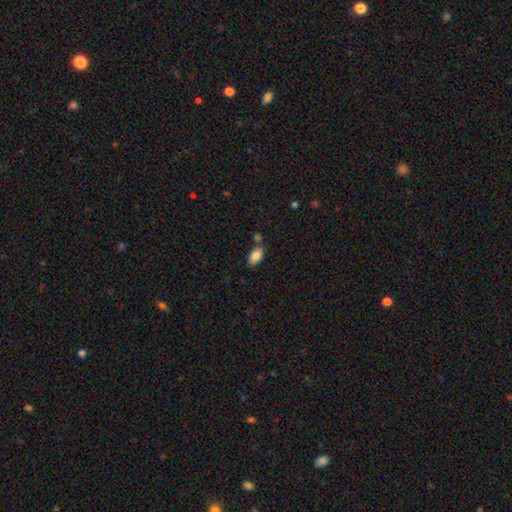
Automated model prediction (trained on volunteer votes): Smooth or featured: smooth — 86% (star or artifact — 8%)
How rounded: in between — 93% (round — 4%)
Merging: none — 68% (merger — 16%)